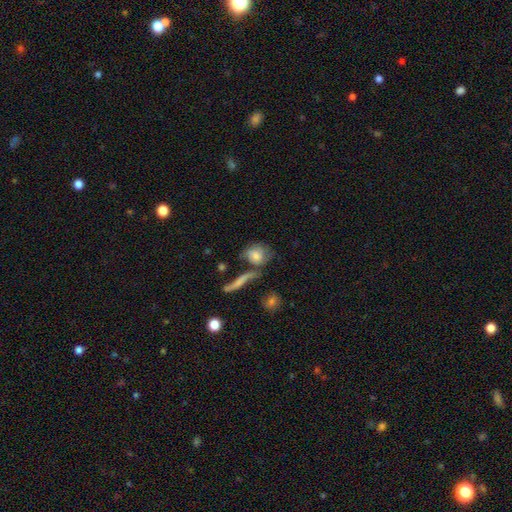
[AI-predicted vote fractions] Overall: smooth (64%; featured or disk 27%). How rounded: round (55%; in between 39%). Merging: none (43%; merger 25%).